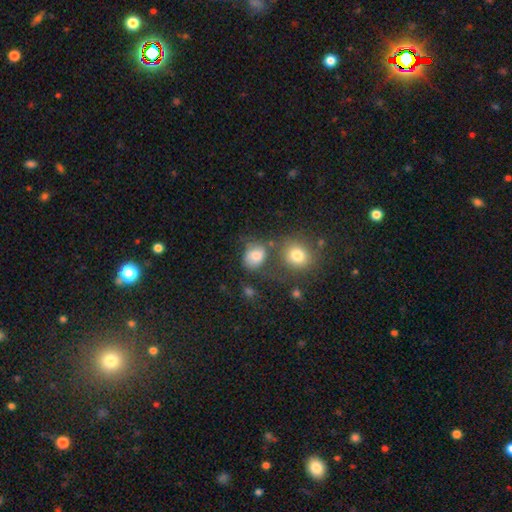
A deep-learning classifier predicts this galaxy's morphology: This is likely a smooth galaxy (78%). How rounded: possibly in between (50%). Merging: possibly none (47%).